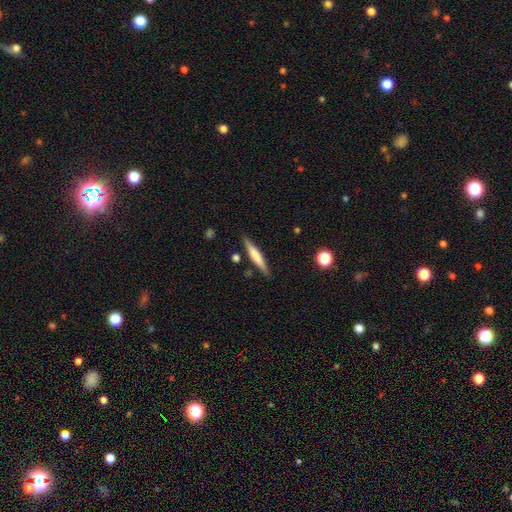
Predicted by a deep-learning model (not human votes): Q: Smooth or featured?
A: smooth (58%); runner-up: featured or disk (37%)
Q: How rounded?
A: cigar-shaped (92%); runner-up: in between (7%)
Q: Merging?
A: none (87%); runner-up: minor disturbance (9%)